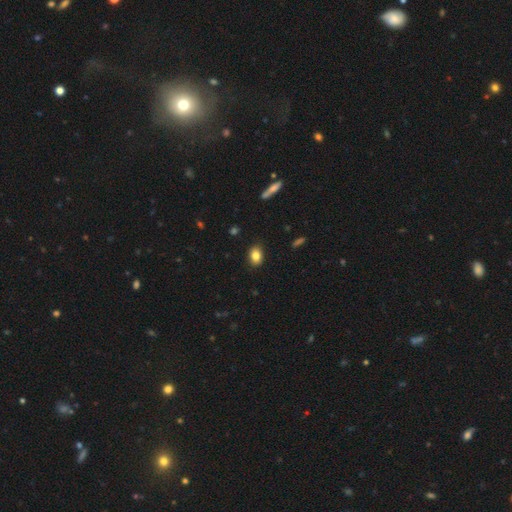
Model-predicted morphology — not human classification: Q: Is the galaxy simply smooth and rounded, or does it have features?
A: smooth — 84%.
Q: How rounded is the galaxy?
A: in between — 77%.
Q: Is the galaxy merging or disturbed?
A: none — 88%.